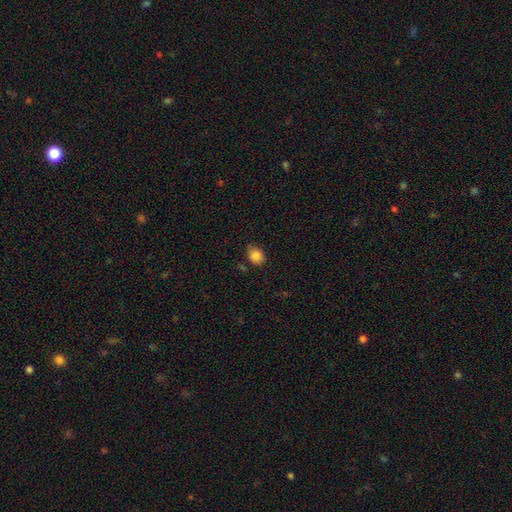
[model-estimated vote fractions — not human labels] smooth-or-featured: smooth: 85% | star or artifact: 9% | featured or disk: 5%
  how-rounded: in between: 53% | round: 46% | cigar-shaped: 1%
  merging: none: 74% | minor disturbance: 20% | major disturbance: 4% | merger: 3%